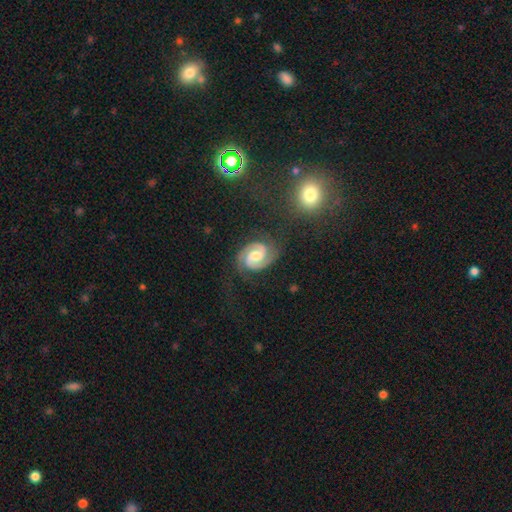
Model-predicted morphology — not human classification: smooth-or-featured: featured or disk: 90% | smooth: 5% | star or artifact: 5%
  disk-edge-on: no: 98% | yes: 2%
    bar: weak: 45% | no: 39% | strong: 16%
    has-spiral-arms: yes: 98% | no: 2%
      spiral-winding: medium: 46% (tied) | tight: 46% (tied) | loose: 8%
      spiral-arm-count: 2: 94% | can't tell: 2% | 3: 1% | 1: 1% | 4: 1% | more than 4: 1%
    bulge-size: moderate: 66% | small: 16% | large: 14% | none: 3% | dominant: 2%
  merging: none: 78% | minor disturbance: 14% | major disturbance: 6% | merger: 2%